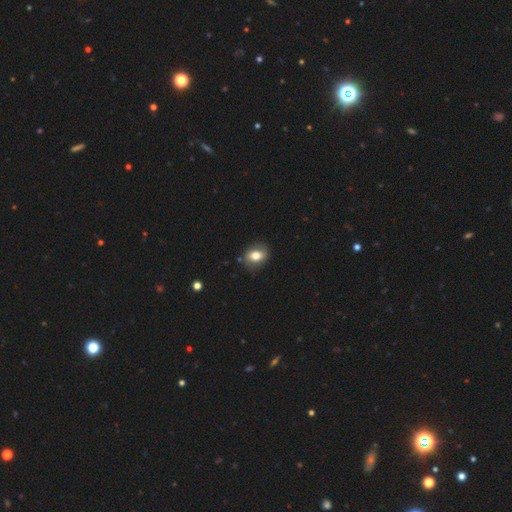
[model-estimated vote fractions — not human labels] A smooth galaxy with no disk features (63%) that is in between round and cigar-shaped (53%).

Vote fractions:
- Smooth or featured? smooth: 63% / featured or disk: 28% / star or artifact: 8%
- How rounded? in between: 53% / round: 46% / cigar-shaped: 1%
- Merging? none: 77% / minor disturbance: 17% / major disturbance: 5% / merger: 2%